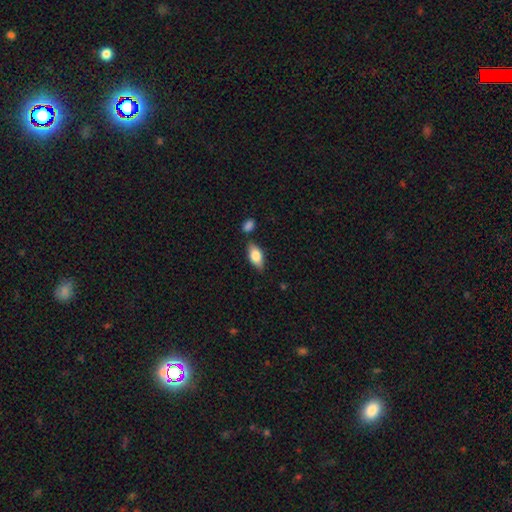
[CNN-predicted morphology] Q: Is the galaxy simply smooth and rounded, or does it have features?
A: smooth — 75%.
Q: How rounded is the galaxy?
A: in between — 87%.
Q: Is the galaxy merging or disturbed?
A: none — 76%.